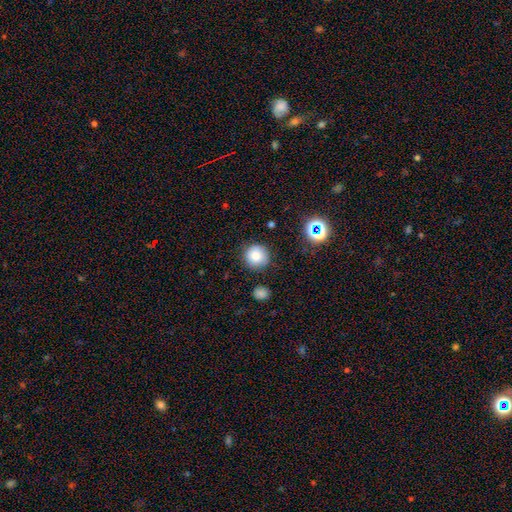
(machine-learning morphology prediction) A smooth galaxy with no disk features (80%) that is round (94%). Merging: none (85%).